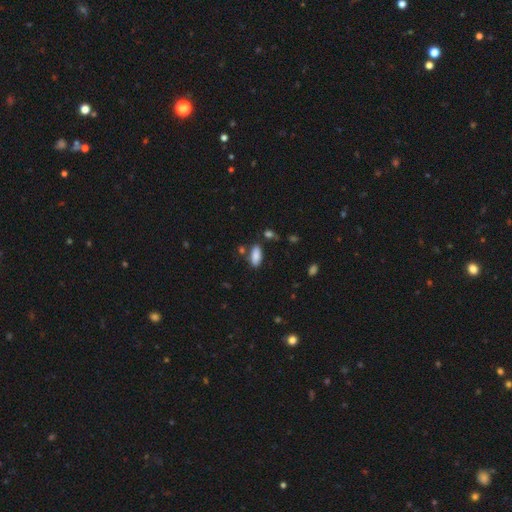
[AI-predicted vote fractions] smooth_or_featured: smooth (p=0.87) [alt: star or artifact p=0.07]
how_rounded: in between (p=0.85) [alt: cigar-shaped p=0.13]
merging: none (p=0.78) [alt: minor disturbance p=0.13]